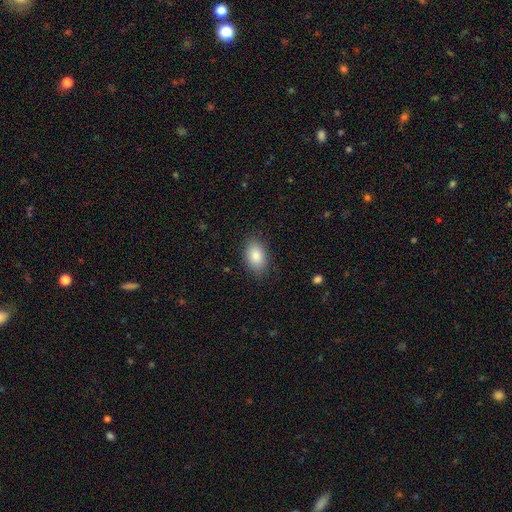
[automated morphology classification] A smooth galaxy with no disk features (87%) that is in between round and cigar-shaped (90%). Merging: none (84%).